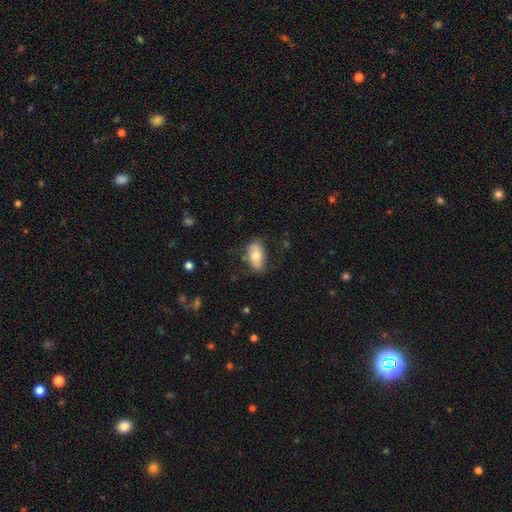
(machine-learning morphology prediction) type=smooth (68%); roundness=in between (90%); merging=none (68%).